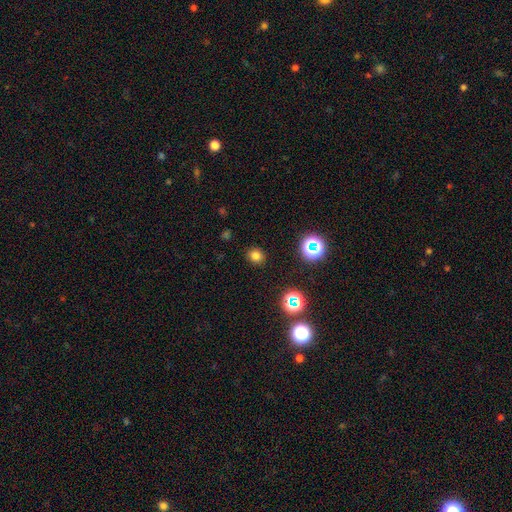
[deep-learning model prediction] Q: Smooth or featured?
A: smooth (75%); runner-up: star or artifact (19%)
Q: How rounded?
A: round (81%); runner-up: in between (18%)
Q: Merging?
A: none (89%); runner-up: minor disturbance (7%)